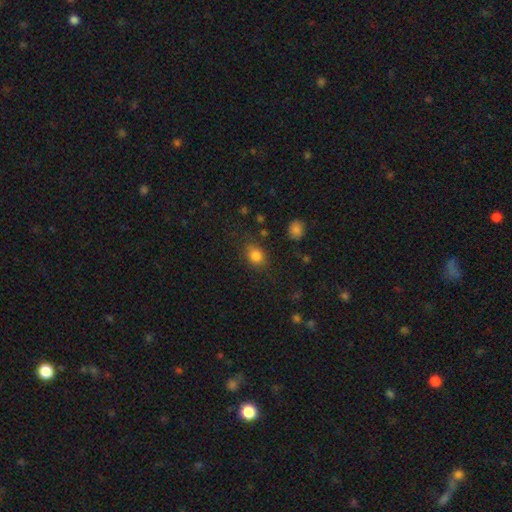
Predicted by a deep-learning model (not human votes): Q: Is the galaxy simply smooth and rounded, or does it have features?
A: smooth — 83%.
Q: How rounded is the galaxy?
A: in between — 59%.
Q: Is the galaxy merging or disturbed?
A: none — 77%.